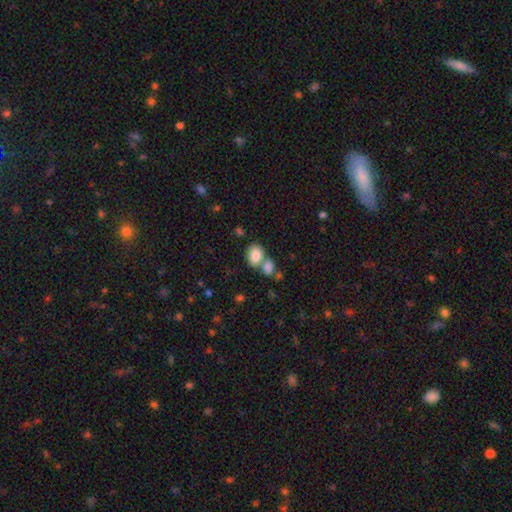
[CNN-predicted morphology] smooth_or_featured: smooth (p=0.84) [alt: featured or disk p=0.08]
how_rounded: in between (p=0.74) [alt: round p=0.25]
merging: merger (p=0.44) [alt: none p=0.41]